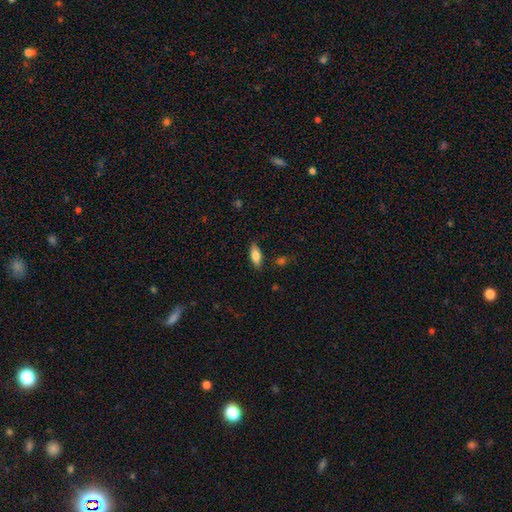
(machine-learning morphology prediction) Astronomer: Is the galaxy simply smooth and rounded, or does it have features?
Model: smooth — 76%.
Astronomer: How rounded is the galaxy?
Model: in between — 81%.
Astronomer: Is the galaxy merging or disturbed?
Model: none — 85%.